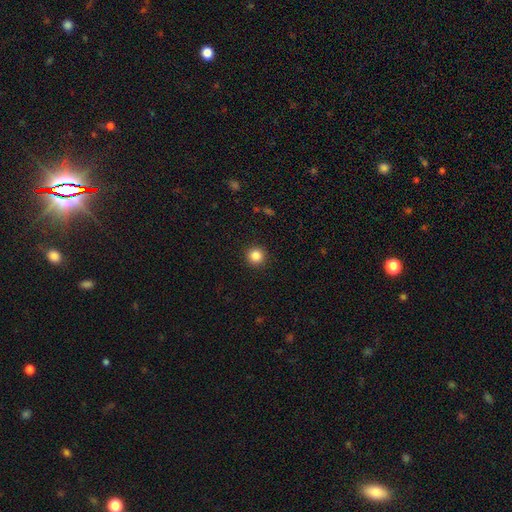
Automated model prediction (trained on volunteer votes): Smooth or featured? Predicted: smooth (p=0.85). How rounded? Predicted: round (p=0.95). Merging? Predicted: none (p=0.93).